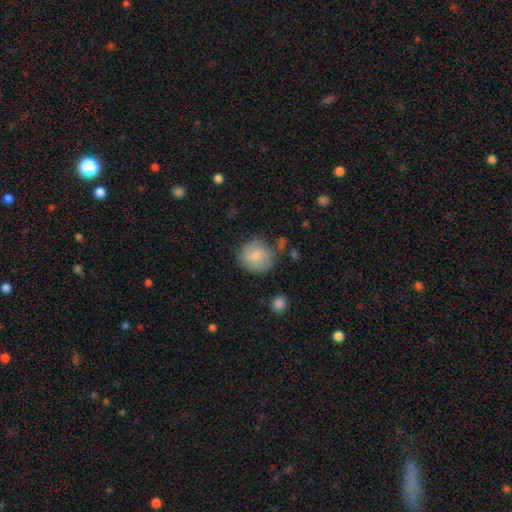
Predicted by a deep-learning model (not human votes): Smooth or featured?
  - smooth: 77% *
  - featured or disk: 17%
  - star or artifact: 7%
How rounded?
  - round: 86% *
  - in between: 13%
  - cigar-shaped: 1%
Merging?
  - none: 68% *
  - minor disturbance: 20%
  - major disturbance: 7%
  - merger: 4%